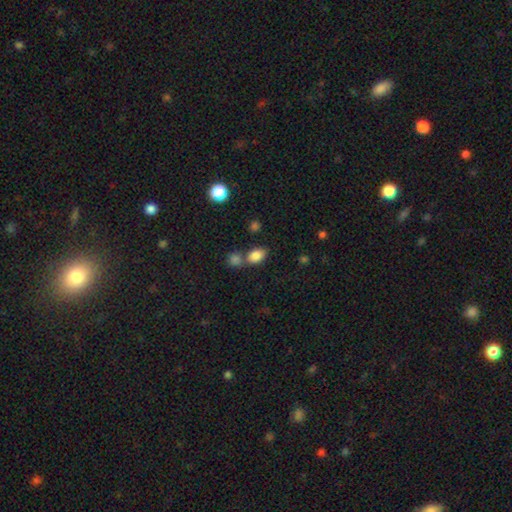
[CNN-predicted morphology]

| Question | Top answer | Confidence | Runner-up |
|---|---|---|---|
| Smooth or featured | smooth | 83% | star or artifact (10%) |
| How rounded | in between | 84% | round (14%) |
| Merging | none | 52% | merger (33%) |